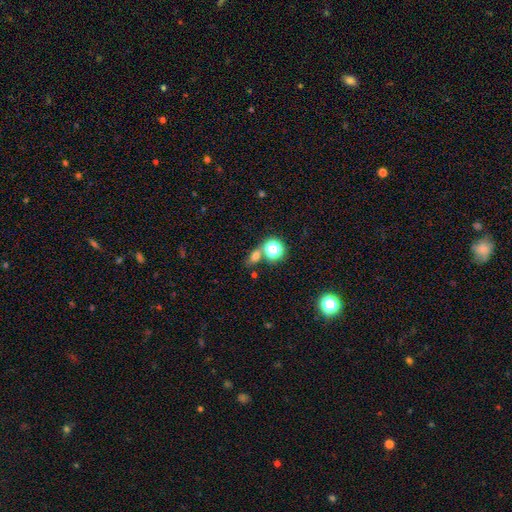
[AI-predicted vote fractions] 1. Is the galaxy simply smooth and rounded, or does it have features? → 62% smooth, 28% star or artifact, 10% featured or disk.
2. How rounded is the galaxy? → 50% in between, 47% round, 4% cigar-shaped.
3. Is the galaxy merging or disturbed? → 63% none, 21% merger, 11% minor disturbance, 5% major disturbance.